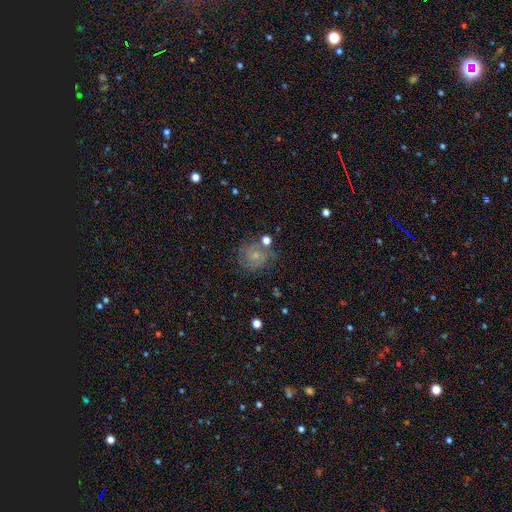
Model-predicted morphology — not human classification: This appears to be a featured or disk galaxy (49%). Merging: none (64%).